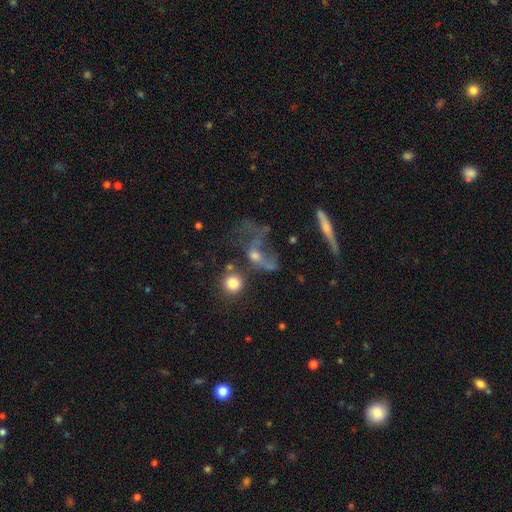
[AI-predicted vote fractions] This is marginally a featured or disk galaxy (41%). Merging: marginally major disturbance (35%).